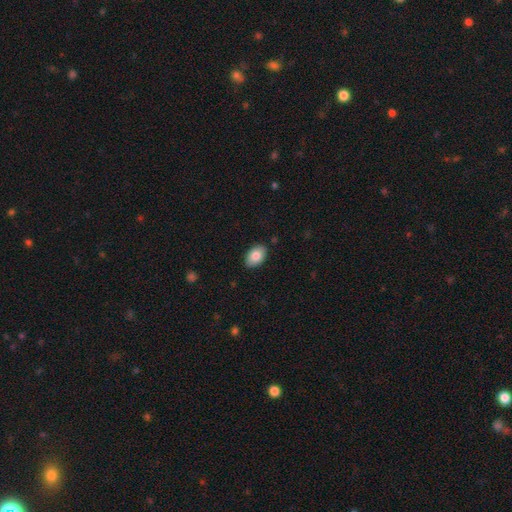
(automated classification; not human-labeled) smooth_or_featured: smooth (p=0.83) [alt: featured or disk p=0.10]
how_rounded: in between (p=0.89) [alt: round p=0.10]
merging: none (p=0.88) [alt: minor disturbance p=0.10]